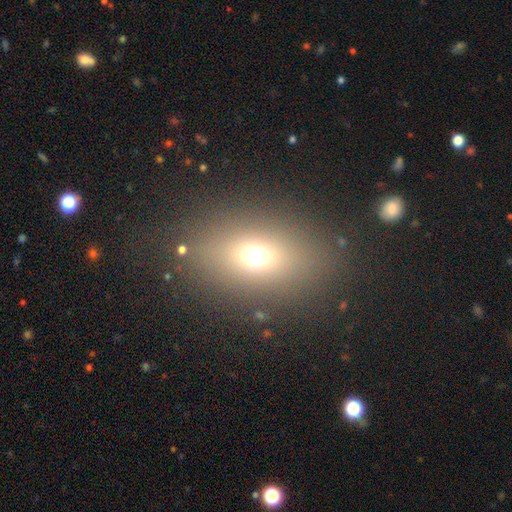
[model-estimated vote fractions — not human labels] This is likely a smooth galaxy (67%). How rounded: likely in between (72%). Merging: clearly none (84%).